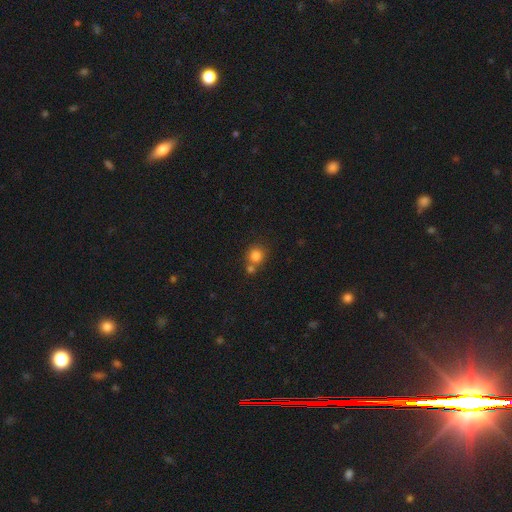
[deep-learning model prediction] Smooth or featured?
  - smooth: 82% *
  - star or artifact: 11%
  - featured or disk: 7%
How rounded?
  - round: 88% *
  - in between: 11%
  - cigar-shaped: 1%
Merging?
  - none: 58% *
  - merger: 30%
  - minor disturbance: 9%
  - major disturbance: 3%